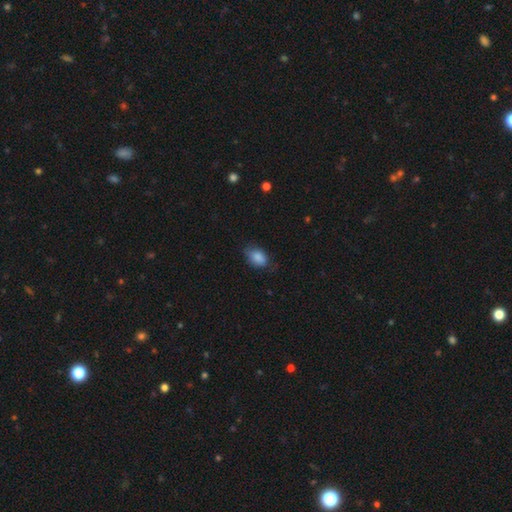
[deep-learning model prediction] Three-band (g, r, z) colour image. It shows a smooth galaxy with no disk features (84%) that is in between round and cigar-shaped (84%). Merging: none (63%).